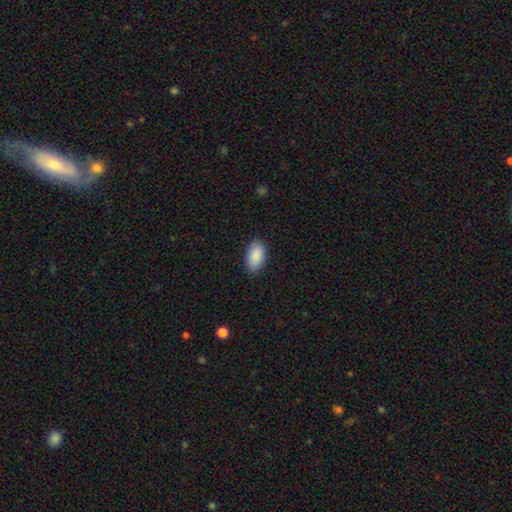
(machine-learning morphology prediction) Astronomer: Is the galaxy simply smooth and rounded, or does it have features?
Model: smooth — 89%.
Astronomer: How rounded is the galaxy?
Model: in between — 95%.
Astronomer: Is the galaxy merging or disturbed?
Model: none — 88%.